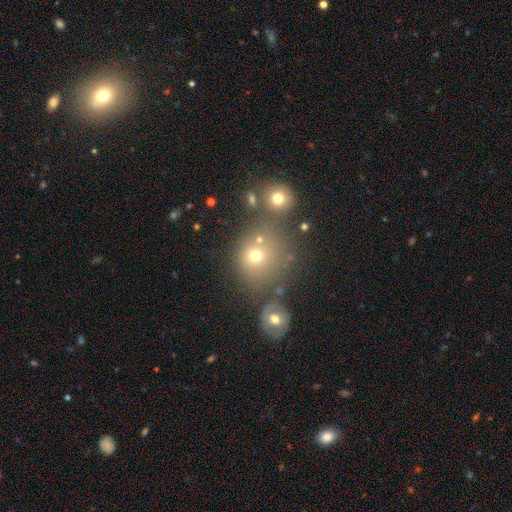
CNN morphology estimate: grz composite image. It shows a smooth galaxy with no disk features (68%) that is round (84%). Merging: none (59%).